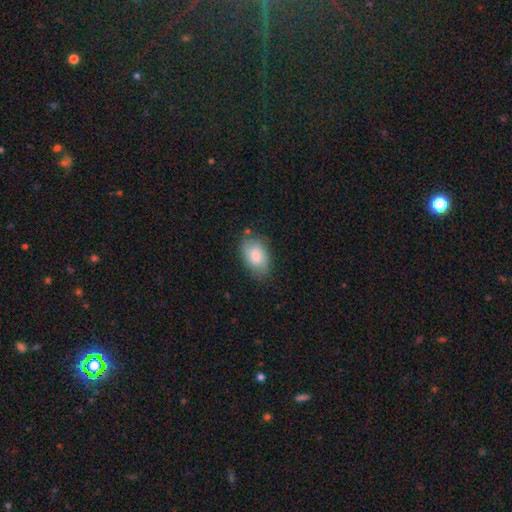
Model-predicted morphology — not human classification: Smooth or featured? Predicted: smooth (p=0.77). How rounded? Predicted: in between (p=0.91). Merging? Predicted: none (p=0.72).